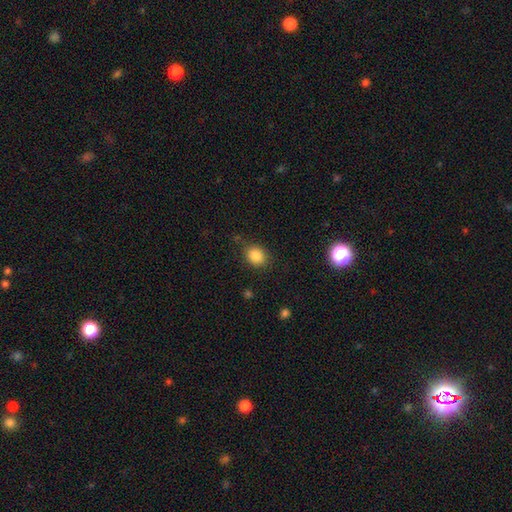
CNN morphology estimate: smooth_or_featured: smooth (p=0.85) [alt: star or artifact p=0.10]
how_rounded: round (p=0.55) [alt: in between p=0.44]
merging: none (p=0.79) [alt: minor disturbance p=0.14]